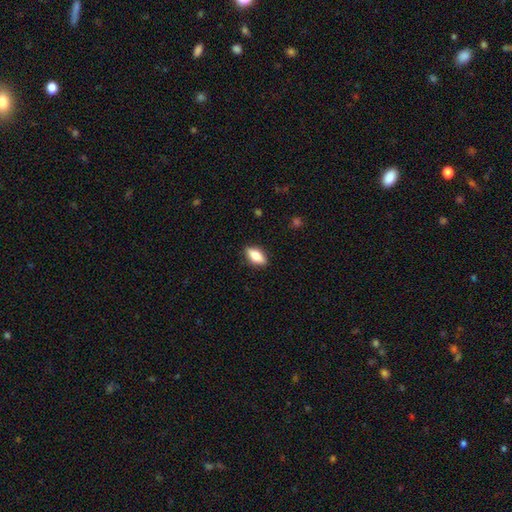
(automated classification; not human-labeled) The model was most divided on "smooth or featured": smooth: 73%, featured or disk: 20%, star or artifact: 7%. More confident: merging — none (87%); how rounded — in between (83%).